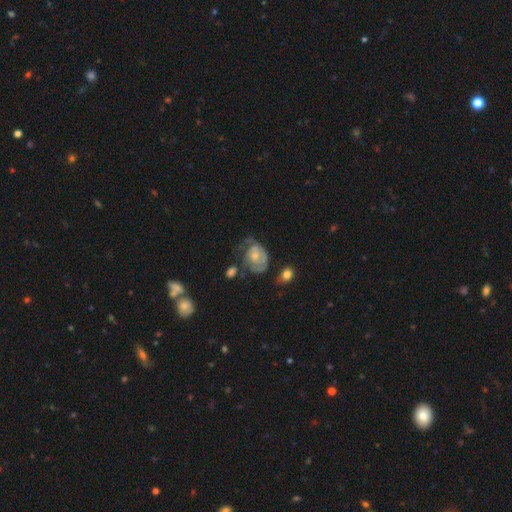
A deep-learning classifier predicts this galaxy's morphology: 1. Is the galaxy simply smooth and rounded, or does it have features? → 60% featured or disk, 33% smooth, 7% star or artifact.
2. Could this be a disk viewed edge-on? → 97% no, 3% yes.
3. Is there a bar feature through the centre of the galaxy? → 79% no, 19% weak, 3% strong.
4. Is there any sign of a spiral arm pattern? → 65% yes, 35% no.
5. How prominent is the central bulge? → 47% small, 40% moderate, 7% none, 5% large, 1% dominant.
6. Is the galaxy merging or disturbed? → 37% major disturbance, 29% none, 27% minor disturbance, 7% merger.